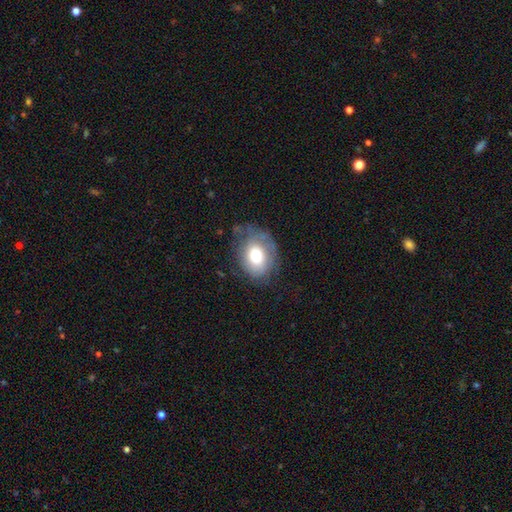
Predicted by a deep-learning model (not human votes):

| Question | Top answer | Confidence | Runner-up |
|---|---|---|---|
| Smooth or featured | smooth | 65% | featured or disk (27%) |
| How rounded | in between | 63% | round (36%) |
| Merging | none | 55% | minor disturbance (28%) |